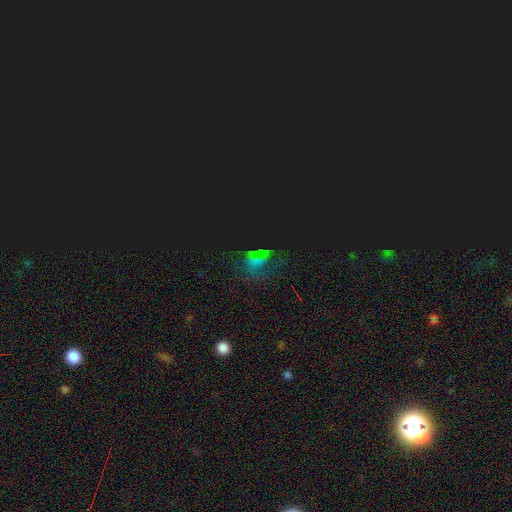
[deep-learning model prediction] Q: Smooth or featured?
A: star or artifact (70%); runner-up: smooth (19%)